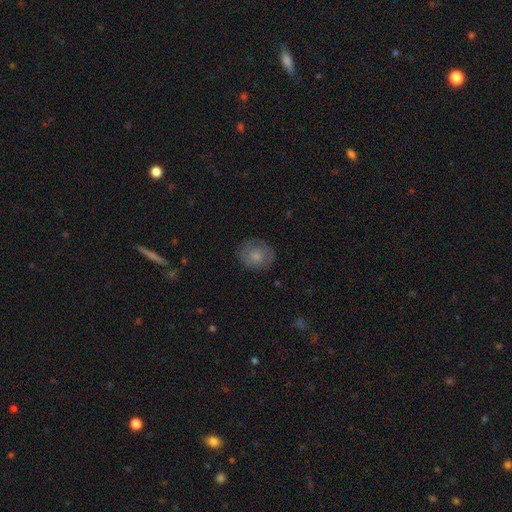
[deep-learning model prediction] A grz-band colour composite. It shows a smooth galaxy with no disk features (76%) that is round (79%). Merging: none (81%).